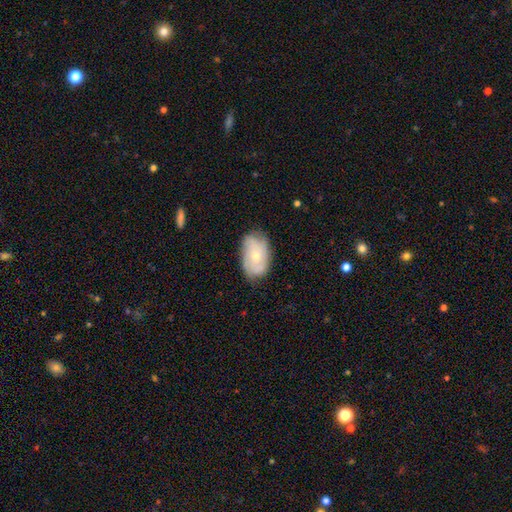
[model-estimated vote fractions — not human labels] A featured or disk galaxy (50%). Merging: none (70%).